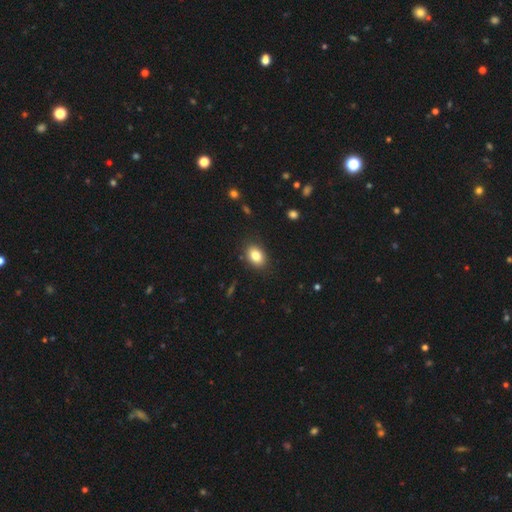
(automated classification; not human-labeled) smooth-or-featured: smooth: 83% | star or artifact: 9% | featured or disk: 8%
  how-rounded: in between: 76% | round: 23% | cigar-shaped: 1%
  merging: none: 87% | minor disturbance: 9% | major disturbance: 3% | merger: 1%